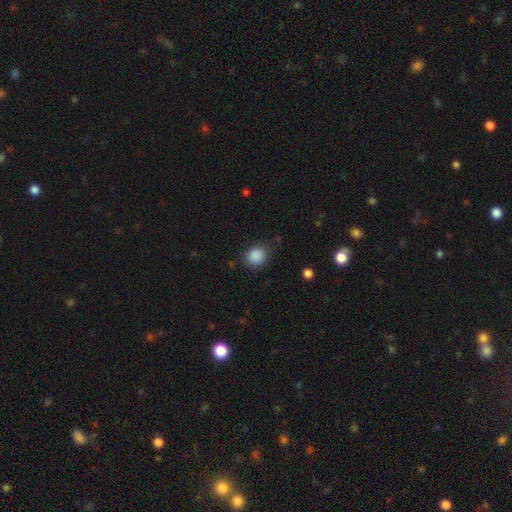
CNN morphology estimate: smooth-or-featured: smooth: 87% | star or artifact: 9% | featured or disk: 4%
  how-rounded: round: 71% | in between: 28% | cigar-shaped: 1%
  merging: none: 76% | minor disturbance: 17% | major disturbance: 5% | merger: 2%